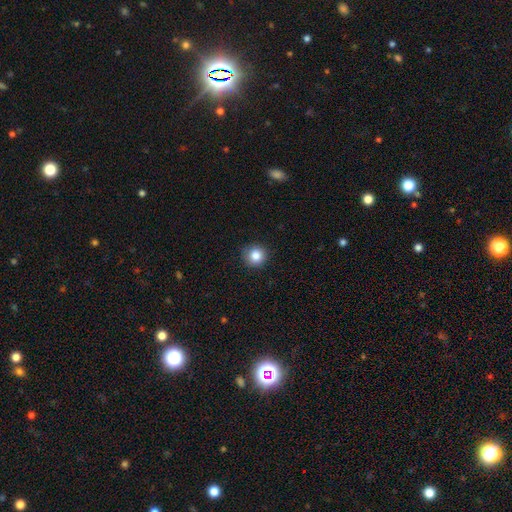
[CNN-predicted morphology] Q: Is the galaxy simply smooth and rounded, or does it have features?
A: smooth — 84%.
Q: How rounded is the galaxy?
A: round — 93%.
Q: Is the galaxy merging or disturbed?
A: none — 89%.